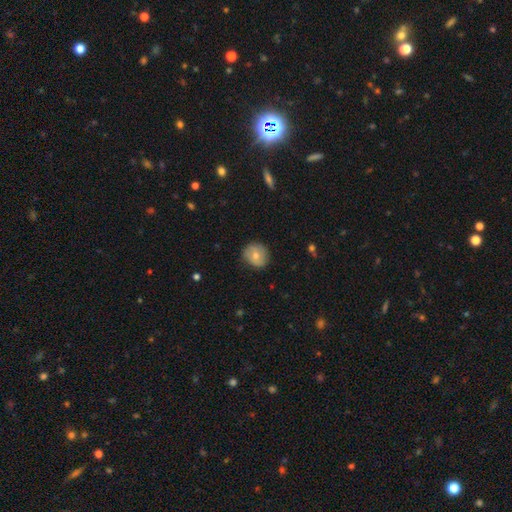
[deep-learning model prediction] Smooth or featured: smooth — 66% (featured or disk — 26%)
How rounded: round — 79% (in between — 20%)
Merging: none — 79% (minor disturbance — 17%)